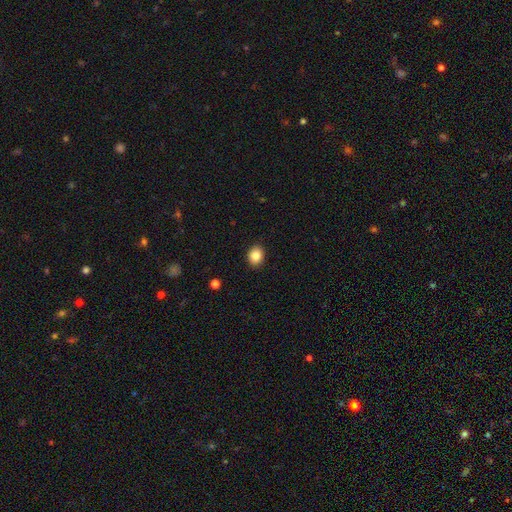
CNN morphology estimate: Q: Smooth or featured?
A: smooth (85%); runner-up: star or artifact (9%)
Q: How rounded?
A: round (52%); runner-up: in between (47%)
Q: Merging?
A: none (90%); runner-up: minor disturbance (7%)